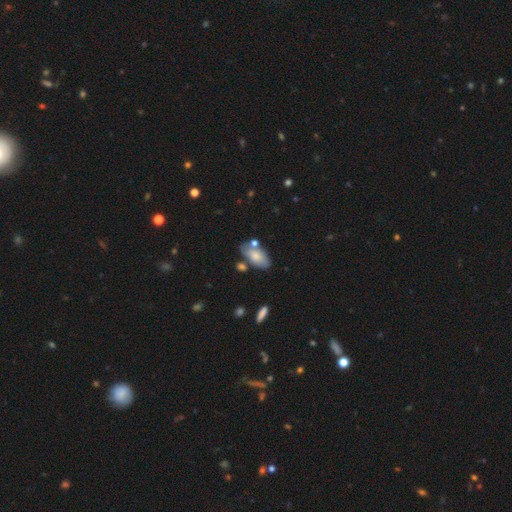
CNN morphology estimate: type=smooth (72%); roundness=in between (93%); merging=none (57%).